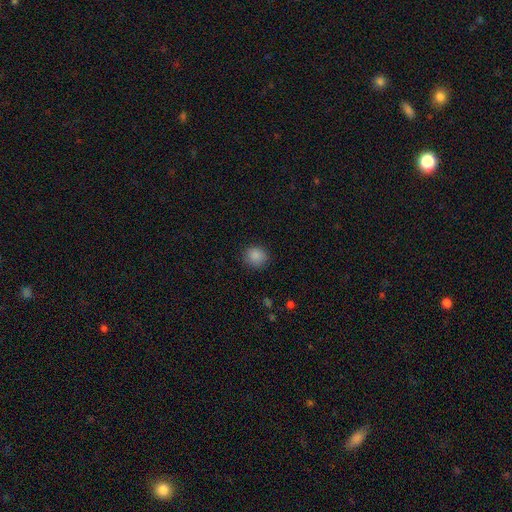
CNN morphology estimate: This is clearly a smooth galaxy (87%). How rounded: clearly round (82%). Merging: clearly none (88%).